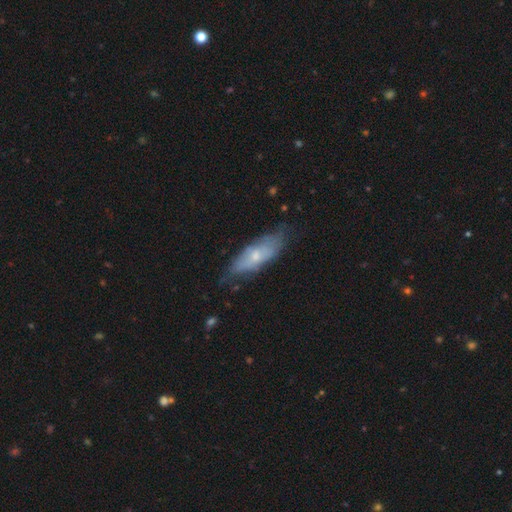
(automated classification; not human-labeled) A smooth galaxy with no disk features (48%).

Vote fractions:
- Smooth or featured? smooth: 48% / featured or disk: 45% / star or artifact: 7%
- Merging? none: 62% / minor disturbance: 28% / major disturbance: 8% / merger: 2%